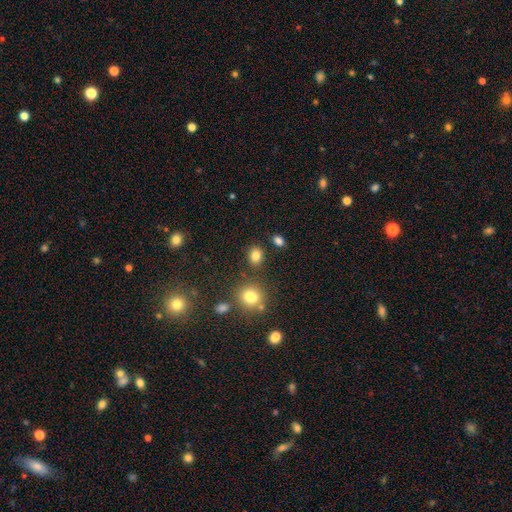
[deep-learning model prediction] Q: Smooth or featured?
A: smooth (82%); runner-up: star or artifact (12%)
Q: How rounded?
A: in between (50%); runner-up: round (49%)
Q: Merging?
A: none (81%); runner-up: minor disturbance (10%)